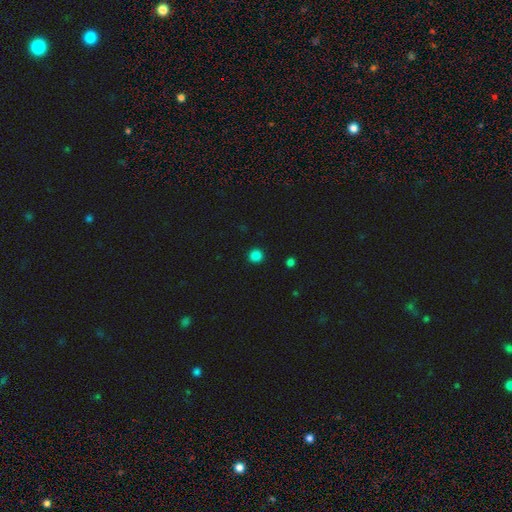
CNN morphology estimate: This appears to be a smooth galaxy with no disk features (85%) that is round (95%). Merging: none (93%).